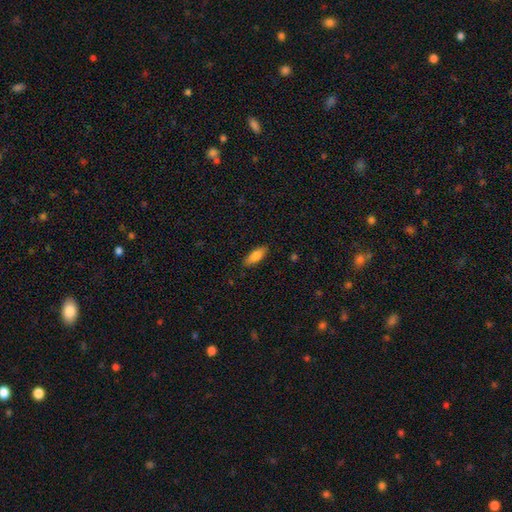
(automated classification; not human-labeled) smooth_or_featured: smooth (p=0.83) [alt: featured or disk p=0.11]
how_rounded: in between (p=0.70) [alt: cigar-shaped p=0.28]
merging: none (p=0.86) [alt: minor disturbance p=0.11]